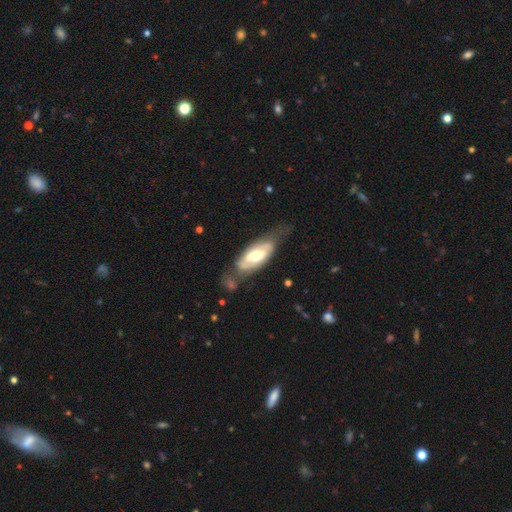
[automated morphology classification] Overall: featured or disk (63%; smooth 32%). Edge-on disk: no (83%). Bar: no (37%; weak 35%). Spiral arms: yes (58%; no 42%). Bulge size: moderate (64%). Merging: none (46%; minor disturbance 29%).